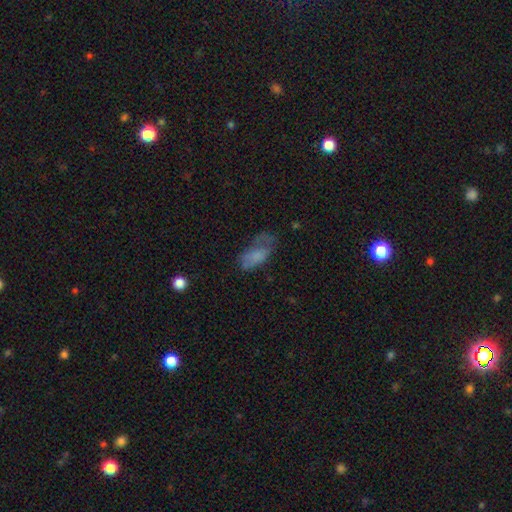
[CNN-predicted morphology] type=smooth (65%); roundness=in between (88%); merging=none (38%).